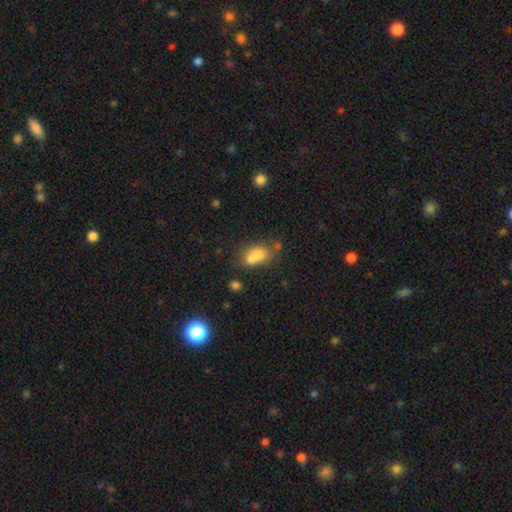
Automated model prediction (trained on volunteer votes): Morphology: type=smooth (70%); roundness=in between (70%); merging=merger (50%).